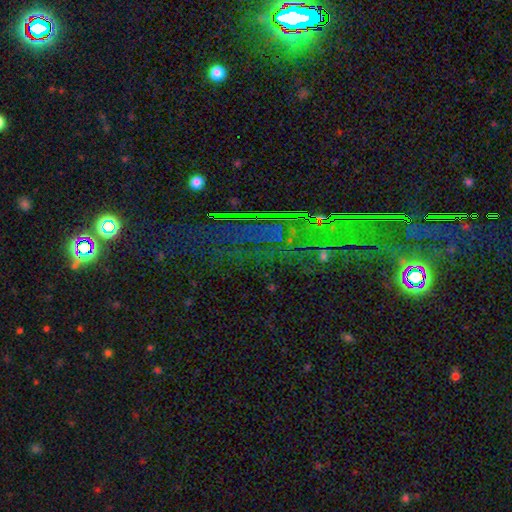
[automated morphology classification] A star or artifact, not a galaxy (79%).

Vote fractions:
- Smooth or featured? star or artifact: 79% / smooth: 12% / featured or disk: 9%